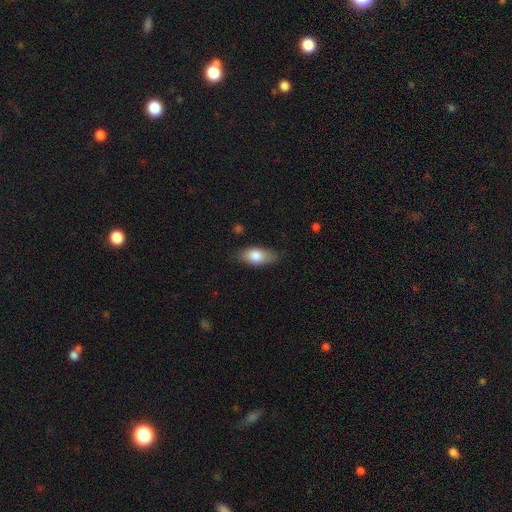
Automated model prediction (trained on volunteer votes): Overall: smooth (78%). How rounded: in between (85%). Merging: none (78%).